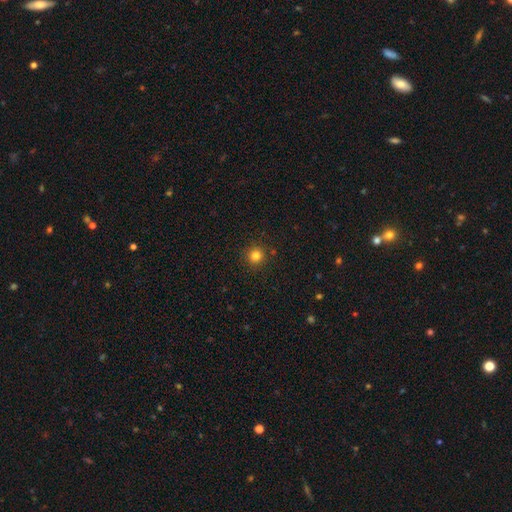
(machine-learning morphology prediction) This is clearly a smooth galaxy (81%). How rounded: clearly round (94%). Merging: clearly none (90%).